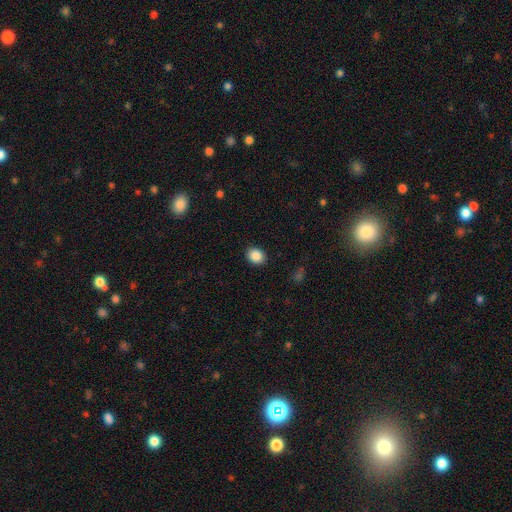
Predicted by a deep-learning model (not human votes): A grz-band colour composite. It shows a smooth galaxy with no disk features (88%) that is round (55%). Merging: none (90%).